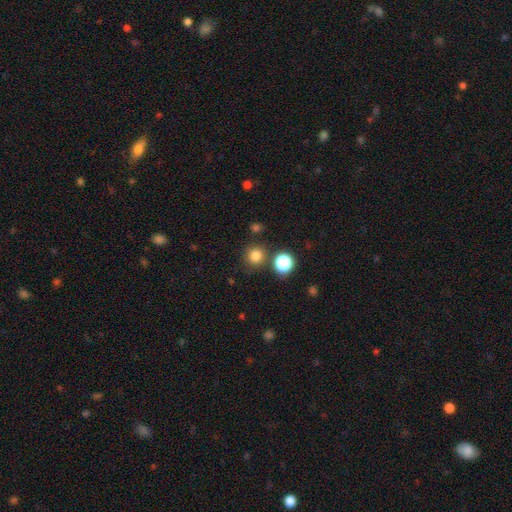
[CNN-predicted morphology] A smooth galaxy with no disk features (79%) that is round (92%).

Vote fractions:
- Smooth or featured? smooth: 79% / star or artifact: 16% / featured or disk: 5%
- How rounded? round: 92% / in between: 7% / cigar-shaped: 1%
- Merging? none: 84% / minor disturbance: 7% / merger: 6% / major disturbance: 3%